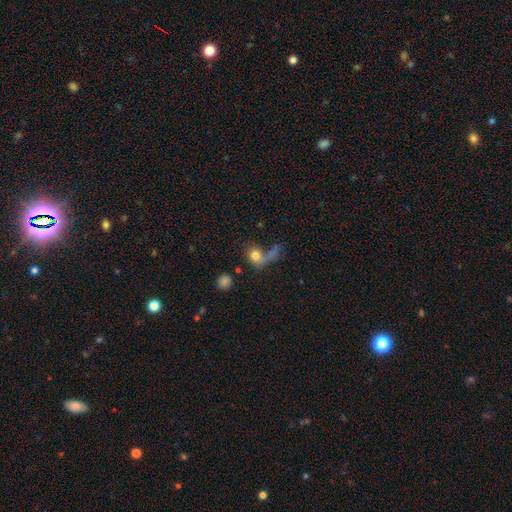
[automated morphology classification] Smooth or featured: smooth — 70% (featured or disk — 18%)
How rounded: round — 65% (in between — 32%)
Merging: none — 35% (merger — 28%)